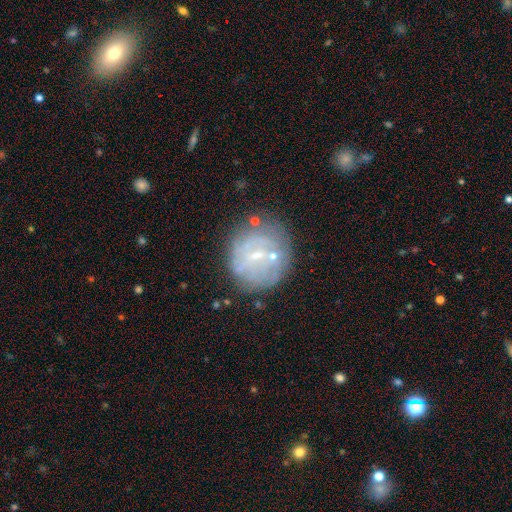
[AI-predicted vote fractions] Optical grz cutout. It shows a featured or disk galaxy (55%) with no bar (47%), no spiral arms (57%) and a small central bulge (70%). Merging: none (67%).